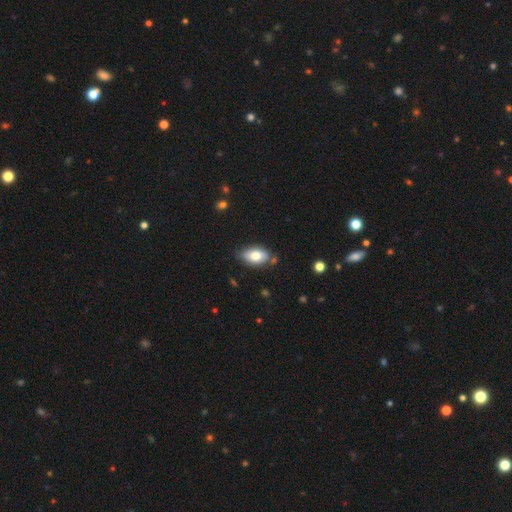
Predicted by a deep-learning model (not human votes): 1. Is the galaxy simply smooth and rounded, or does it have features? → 77% smooth, 16% featured or disk, 7% star or artifact.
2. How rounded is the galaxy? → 91% in between, 6% round, 3% cigar-shaped.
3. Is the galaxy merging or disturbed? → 76% none, 17% minor disturbance, 4% merger, 3% major disturbance.